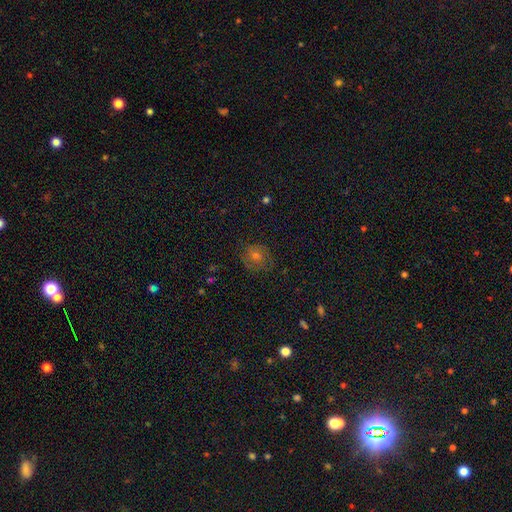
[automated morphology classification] A smooth galaxy with no disk features (45%).

Vote fractions:
- Smooth or featured? smooth: 45% / featured or disk: 34% / star or artifact: 21%
- Merging? none: 79% / minor disturbance: 14% / major disturbance: 6% / merger: 1%